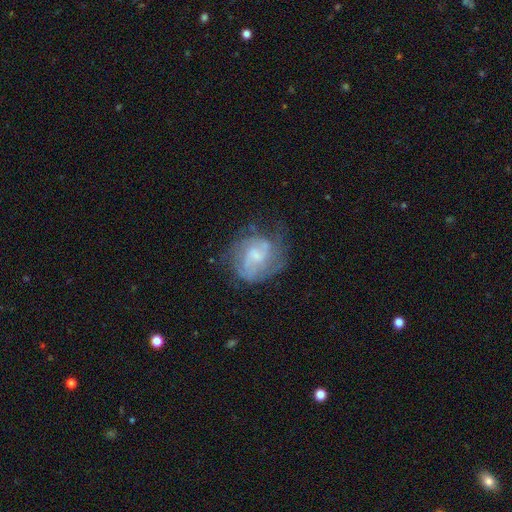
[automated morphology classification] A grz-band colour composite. It shows a featured or disk galaxy (71%) with a weak bar (47%), 2 (40%) medium (42%) spiral arms (82%) and a small central bulge (41%). Merging: none (55%).